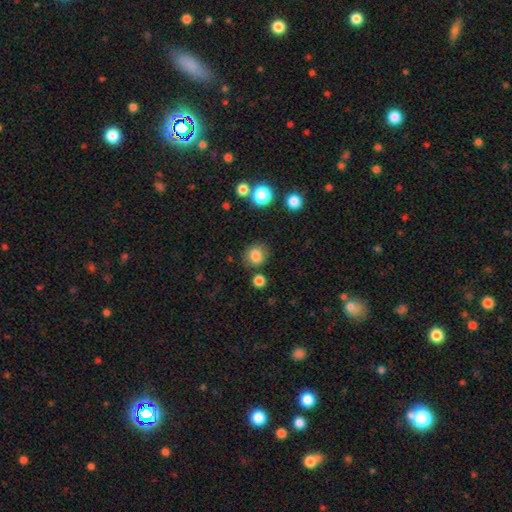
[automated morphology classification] Smooth or featured? Predicted: smooth (p=0.83). How rounded? Predicted: round (p=0.80). Merging? Predicted: none (p=0.78).